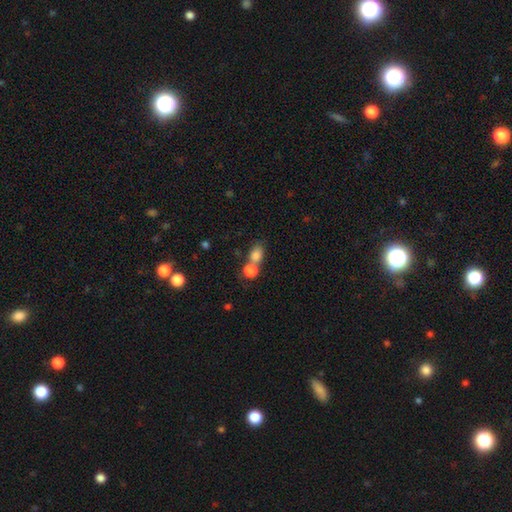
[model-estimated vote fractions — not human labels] This is clearly a smooth galaxy (81%). How rounded: possibly in between (57%). Merging: possibly merger (48%).